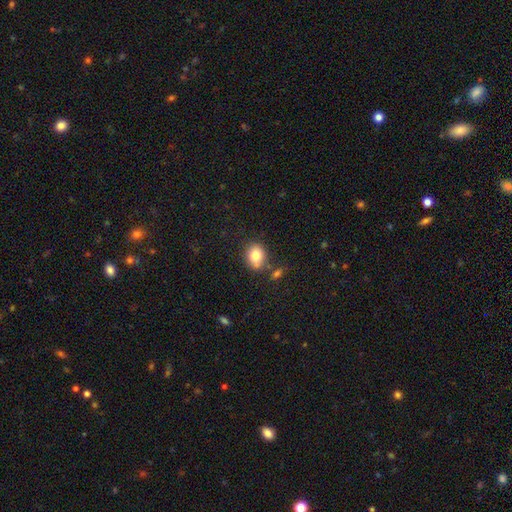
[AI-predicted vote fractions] This appears to be a smooth galaxy with no disk features (81%) that is in between round and cigar-shaped (53%). Merging: none (72%).